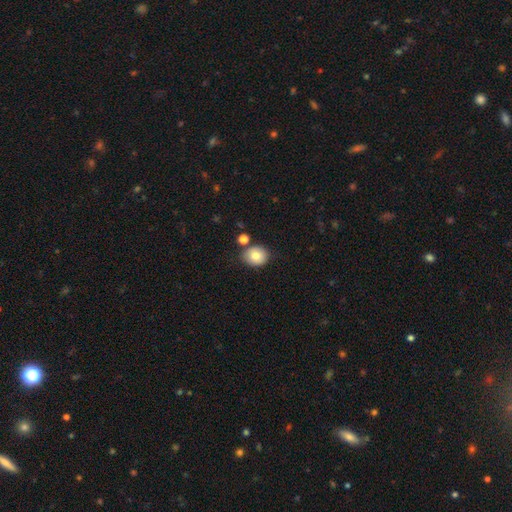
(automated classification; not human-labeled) Smooth or featured? smooth (80%)
How rounded? round (62%)
Merging? none (75%)